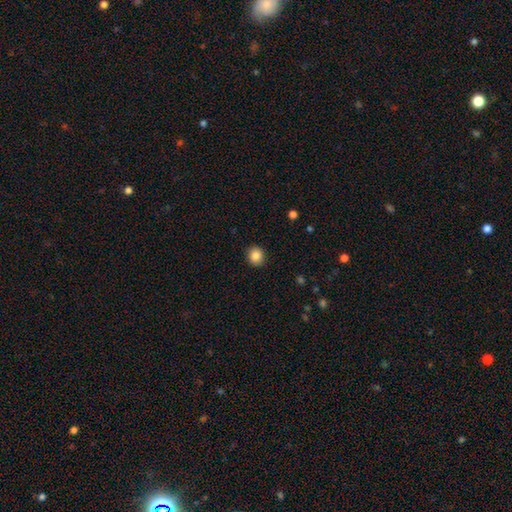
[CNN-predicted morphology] Smooth or featured? smooth (85%)
How rounded? round (85%)
Merging? none (92%)